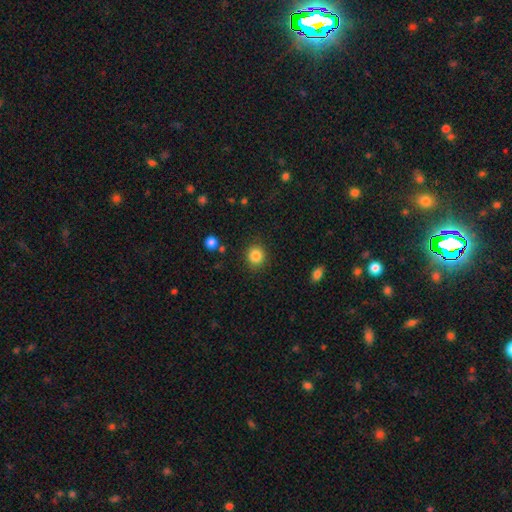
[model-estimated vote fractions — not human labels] The model was most divided on "how rounded": round: 86%, in between: 13%, cigar-shaped: 1%. More confident: merging — none (89%); smooth or featured — smooth (85%).